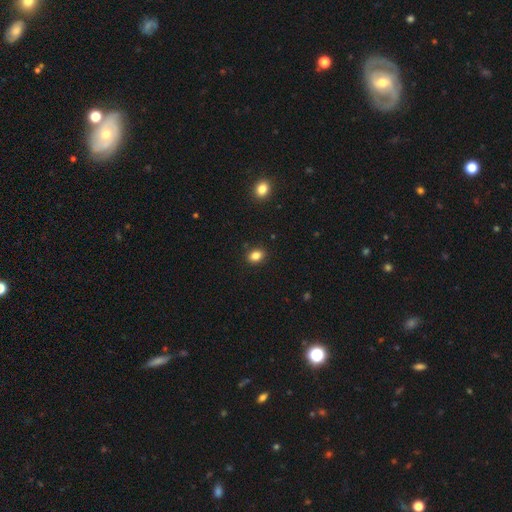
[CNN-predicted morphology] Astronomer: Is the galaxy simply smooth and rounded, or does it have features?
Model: smooth — 84%.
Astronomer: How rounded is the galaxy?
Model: in between — 61% (runner-up: round, 38%).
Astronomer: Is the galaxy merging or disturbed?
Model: none — 88%.